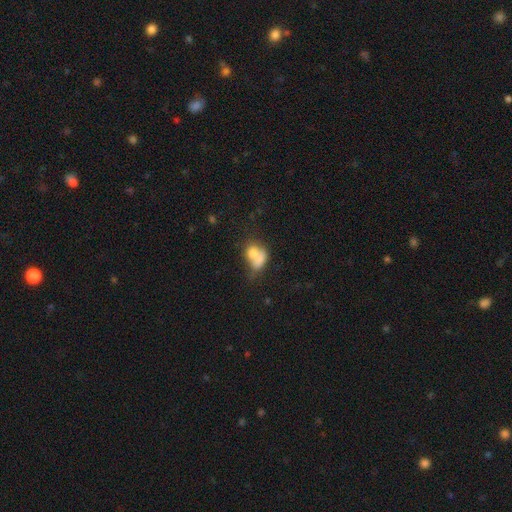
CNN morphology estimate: smooth-or-featured: smooth: 69% | featured or disk: 21% | star or artifact: 10%
  how-rounded: in between: 60% | round: 38% | cigar-shaped: 2%
  merging: merger: 62% | none: 18% | minor disturbance: 11% | major disturbance: 10%